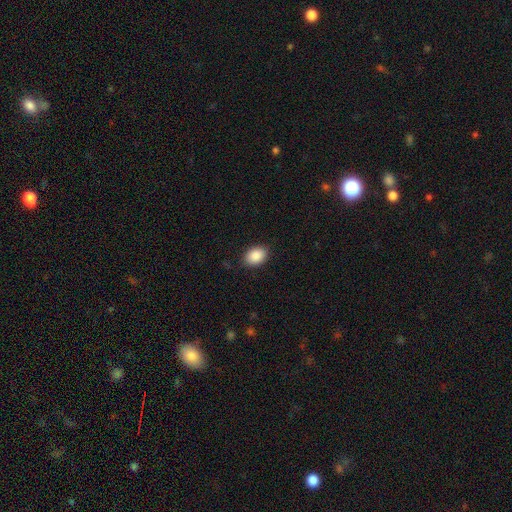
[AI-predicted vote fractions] This appears to be a smooth galaxy with no disk features (89%) that is in between round and cigar-shaped (78%). Merging: none (87%).